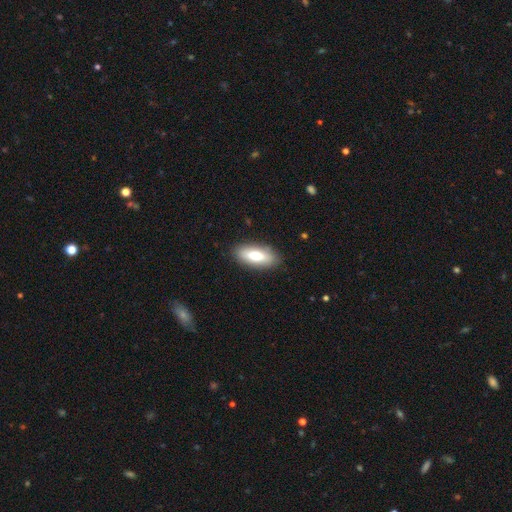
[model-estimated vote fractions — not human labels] A smooth galaxy with no disk features (73%) that is in between round and cigar-shaped (81%). Merging: none (88%).